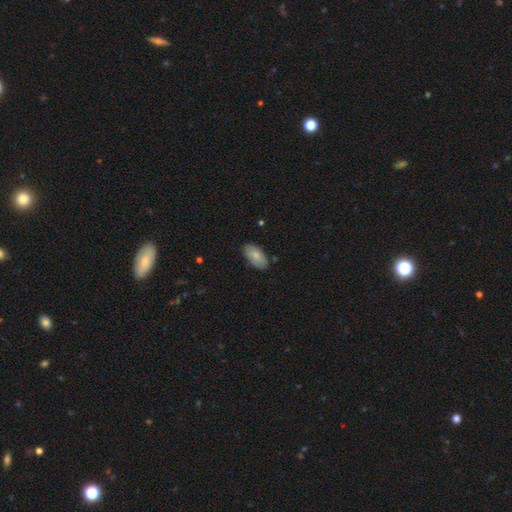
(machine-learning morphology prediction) Smooth or featured? Predicted: smooth (p=0.81). How rounded? Predicted: in between (p=0.95). Merging? Predicted: none (p=0.81).